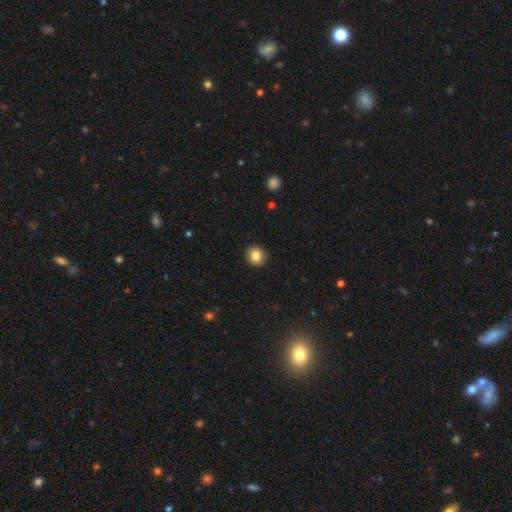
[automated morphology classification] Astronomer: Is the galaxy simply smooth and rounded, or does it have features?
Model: smooth — 84%.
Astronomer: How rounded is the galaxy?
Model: round — 81%.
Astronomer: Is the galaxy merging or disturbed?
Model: none — 91%.